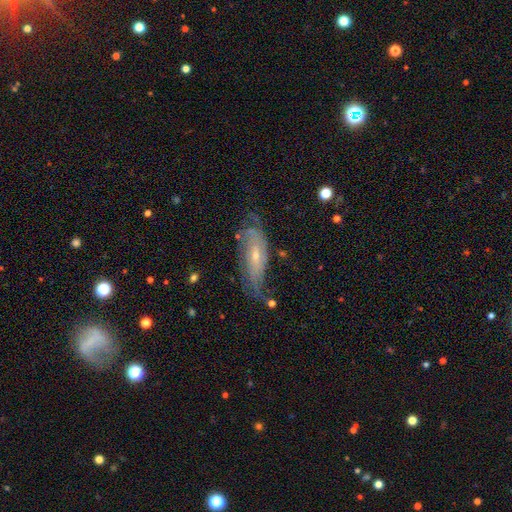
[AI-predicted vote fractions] Overall: featured or disk (72%). Edge-on disk: no (82%). Bar: no (57%; weak 35%). Spiral arms: yes (85%). Spiral arm count: can't tell (46%; 2 35%). Spiral winding: tight (45%; medium 36%). Bulge size: small (63%; moderate 32%). Merging: none (57%; minor disturbance 27%).